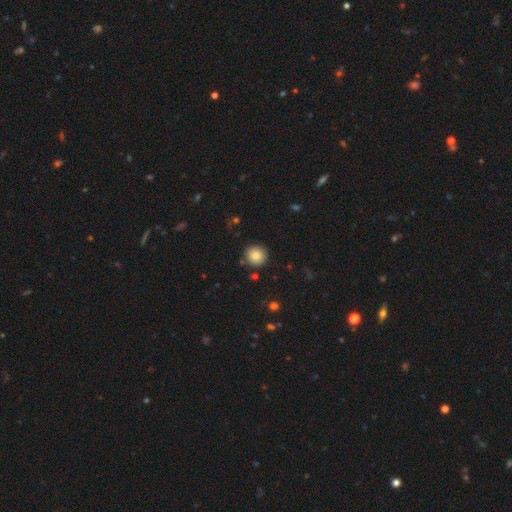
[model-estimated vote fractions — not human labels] smooth_or_featured: smooth (p=0.86) [alt: star or artifact p=0.09]
how_rounded: round (p=0.93) [alt: in between p=0.06]
merging: none (p=0.89) [alt: minor disturbance p=0.07]